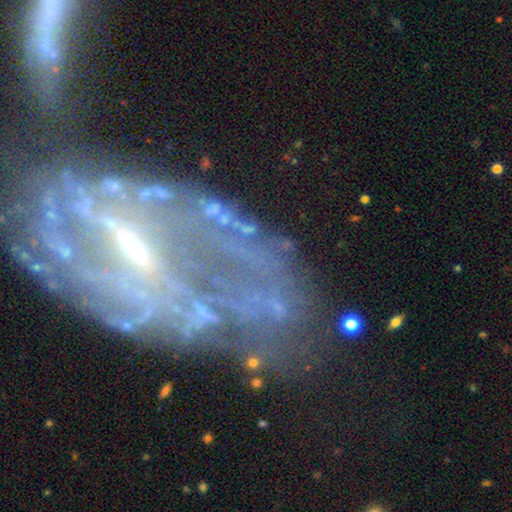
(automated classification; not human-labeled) Q: Smooth or featured?
A: featured or disk (66%); runner-up: star or artifact (21%)
Q: Edge-on disk?
A: no (88%); runner-up: yes (12%)
Q: Bar?
A: no (43%); runner-up: weak (29%)
Q: Spiral arms?
A: yes (54%); runner-up: no (46%)
Q: Bulge size?
A: small (40%); runner-up: moderate (27%)
Q: Merging?
A: none (49%); runner-up: major disturbance (26%)